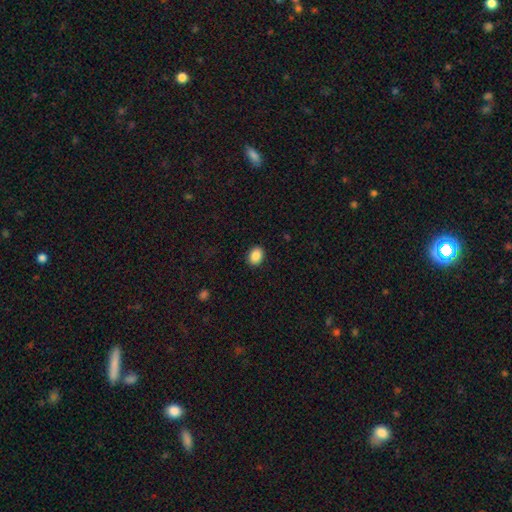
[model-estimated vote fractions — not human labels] Smooth or featured?
  - smooth: 89% *
  - star or artifact: 8%
  - featured or disk: 3%
How rounded?
  - in between: 67% *
  - round: 32%
  - cigar-shaped: 1%
Merging?
  - none: 91% *
  - minor disturbance: 7%
  - major disturbance: 2%
  - merger: 1%